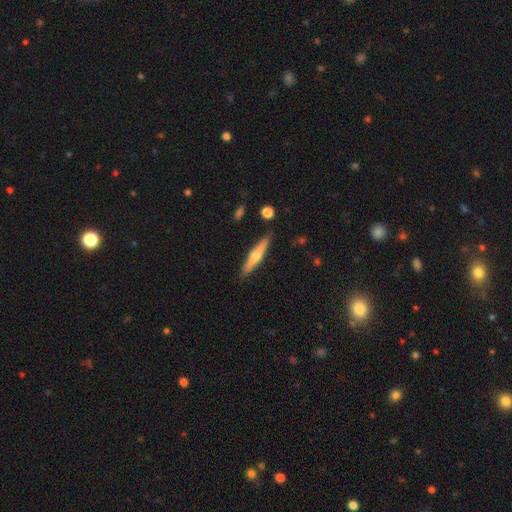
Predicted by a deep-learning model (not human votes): featured or disk 50%, smooth 43%, star or artifact 6%. Down the decision tree: edge-on disk — yes (95%); merging — none (89%).